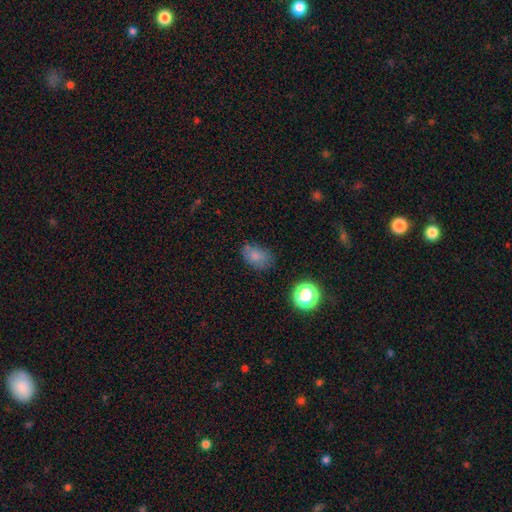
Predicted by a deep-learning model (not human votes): Q: Smooth or featured?
A: smooth (75%); runner-up: star or artifact (14%)
Q: How rounded?
A: in between (81%); runner-up: round (17%)
Q: Merging?
A: none (63%); runner-up: minor disturbance (25%)